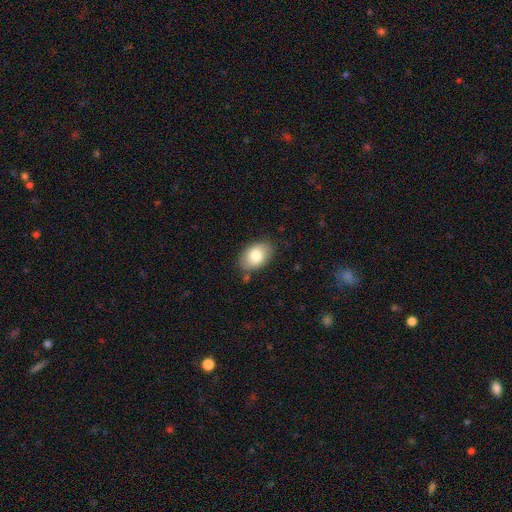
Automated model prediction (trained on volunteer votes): smooth-or-featured: smooth: 82% | featured or disk: 11% | star or artifact: 7%
  how-rounded: in between: 86% | round: 13% | cigar-shaped: 1%
  merging: none: 81% | minor disturbance: 13% | major disturbance: 3% | merger: 2%